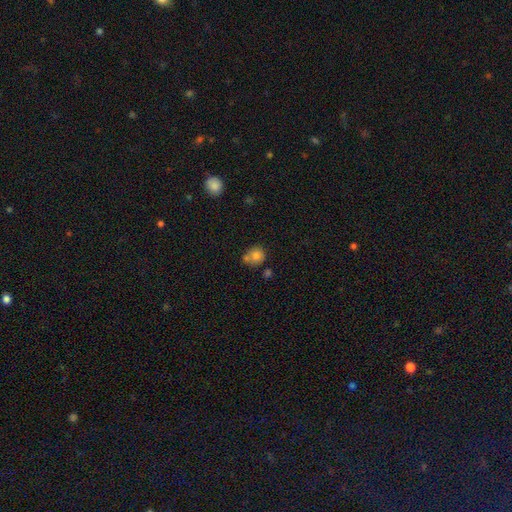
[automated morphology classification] Smooth or featured? Predicted: smooth (p=0.79). How rounded? Predicted: round (p=0.79). Merging? Predicted: none (p=0.51).